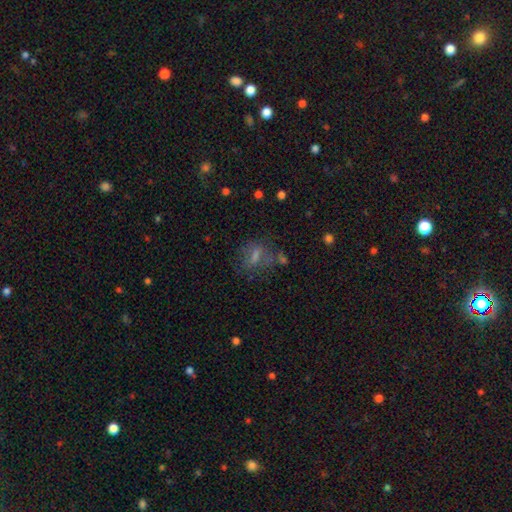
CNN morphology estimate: Overall: smooth (58%; featured or disk 26%). How rounded: in between (62%; round 27%). Merging: none (56%; minor disturbance 19%).